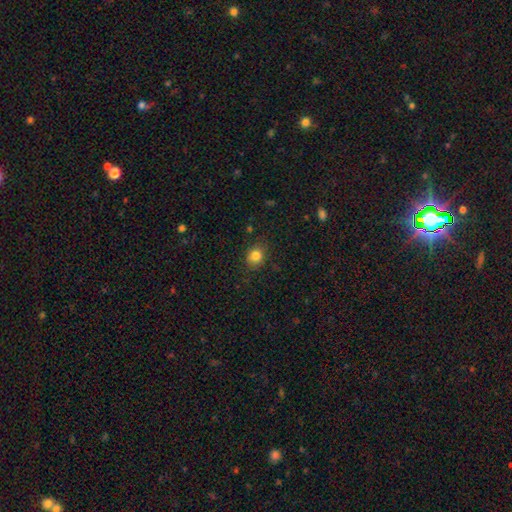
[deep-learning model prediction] smooth 82%, star or artifact 12%, featured or disk 7%. Down the decision tree: how rounded — round (63%); merging — none (80%).